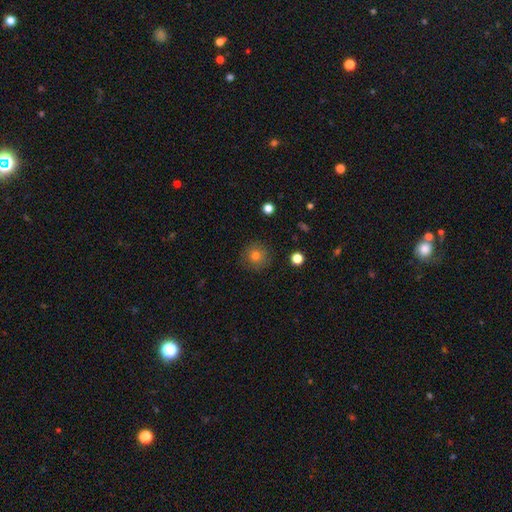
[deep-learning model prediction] A smooth galaxy with no disk features (78%) that is round (94%). Merging: none (89%).